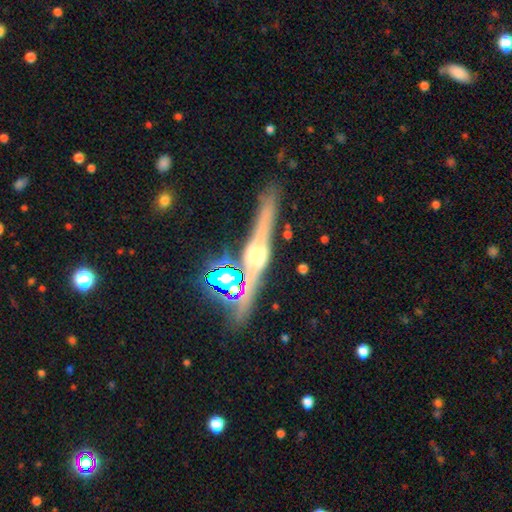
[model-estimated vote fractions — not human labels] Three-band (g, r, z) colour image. It shows a featured or disk galaxy (74%) viewed edge-on (95%) with a rounded central bulge (85%). Merging: none (82%).